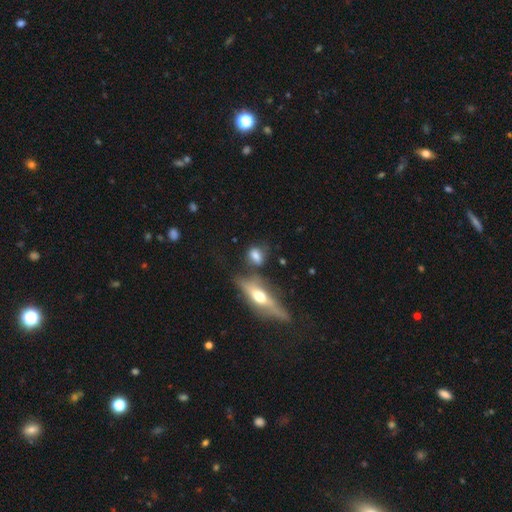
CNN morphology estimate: Smooth or featured? Predicted: smooth (p=0.67). How rounded? Predicted: in between (p=0.59). Merging? Predicted: none (p=0.57).